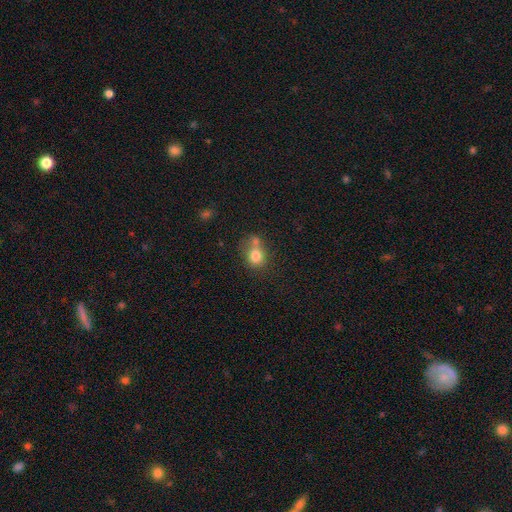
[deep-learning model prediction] The model was most divided on "merging": none: 41%, merger: 37%, minor disturbance: 15%, major disturbance: 7%. More confident: smooth or featured — smooth (78%); how rounded — round (66%).